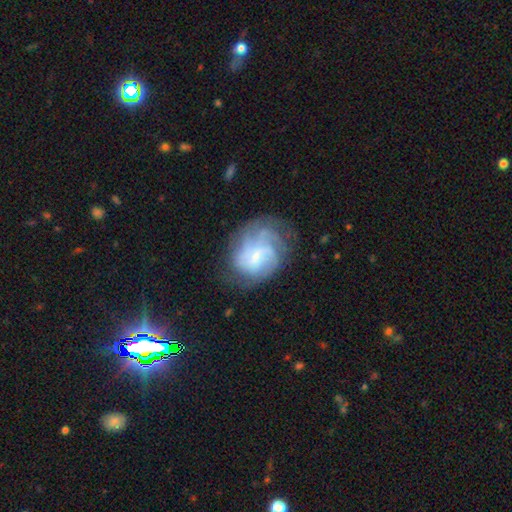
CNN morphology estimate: smooth-or-featured: featured or disk: 69% | smooth: 23% | star or artifact: 8%
  disk-edge-on: no: 98% | yes: 2%
    bar: no: 58% | weak: 36% | strong: 6%
    has-spiral-arms: yes: 88% | no: 12%
      spiral-winding: tight: 47% | medium: 37% | loose: 17%
      spiral-arm-count: can't tell: 42% | 3: 18% | 4: 17% | 2: 12% | more than 4: 6% | 1: 6%
    bulge-size: small: 71% | moderate: 15% | none: 11% | large: 2% | dominant: 1%
  merging: none: 56% | minor disturbance: 23% | major disturbance: 19% | merger: 2%